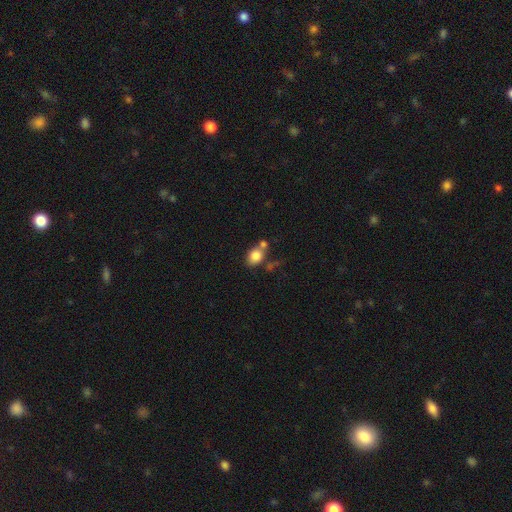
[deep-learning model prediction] Smooth or featured? Predicted: smooth (p=0.82). How rounded? Predicted: in between (p=0.54). Merging? Predicted: none (p=0.50).